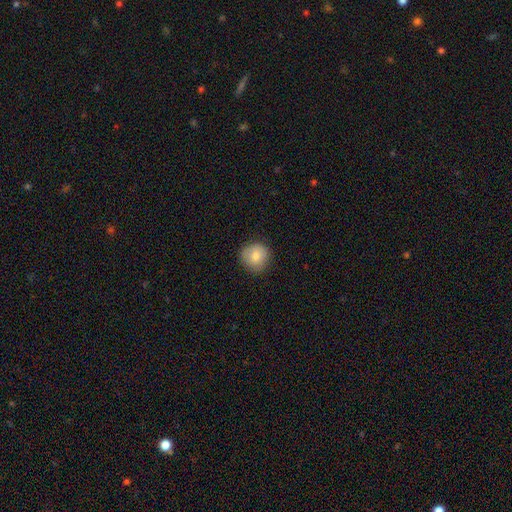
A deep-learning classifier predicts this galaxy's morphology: smooth 80%, featured or disk 11%, star or artifact 9%. Down the decision tree: how rounded — round (90%); merging — none (84%).